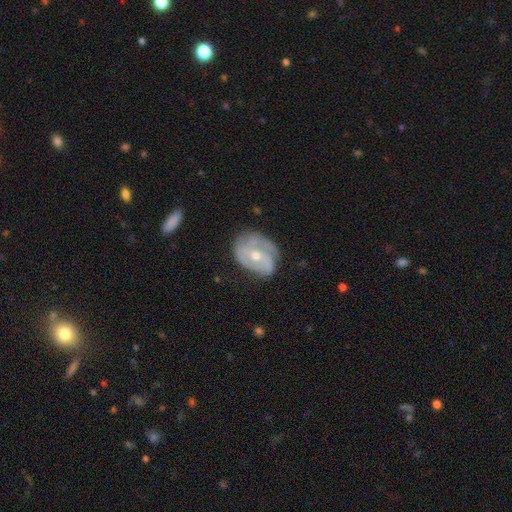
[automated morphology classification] Smooth or featured: featured or disk — 82% (smooth — 13%)
Edge-on disk: no — 97% (yes — 3%)
Bar: no — 56% (weak — 34%)
Spiral arms: yes — 91% (no — 9%)
Spiral winding: tight — 48% (medium — 38%)
Spiral arm count: 2 — 35% (3 — 32%)
Bulge size: moderate — 59% (small — 38%)
Merging: none — 63% (minor disturbance — 25%)